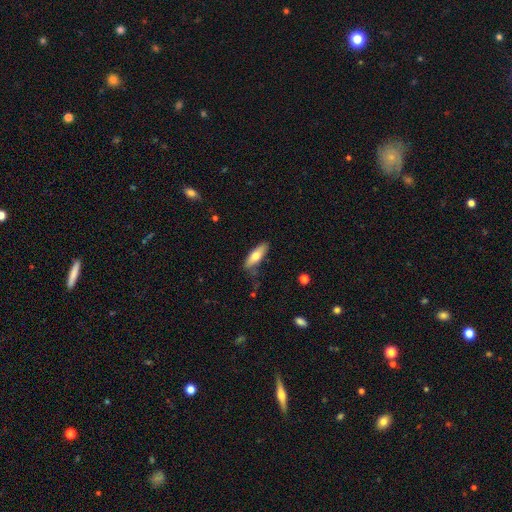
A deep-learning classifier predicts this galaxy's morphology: A smooth galaxy with no disk features (70%) that is in between round and cigar-shaped (56%). Merging: none (67%).